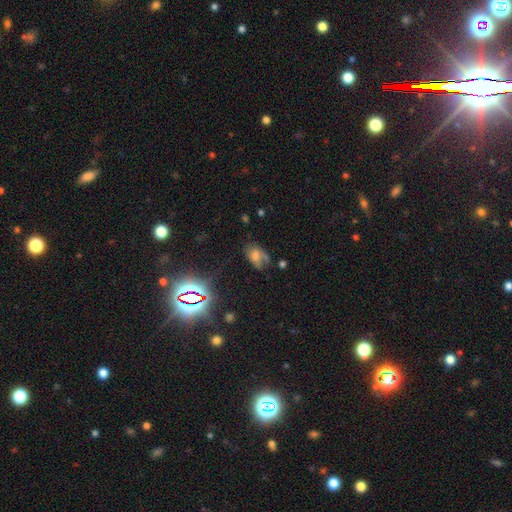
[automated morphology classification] A star or artifact, not a galaxy (40%).

Vote fractions:
- Smooth or featured? star or artifact: 40% / smooth: 33% / featured or disk: 27%